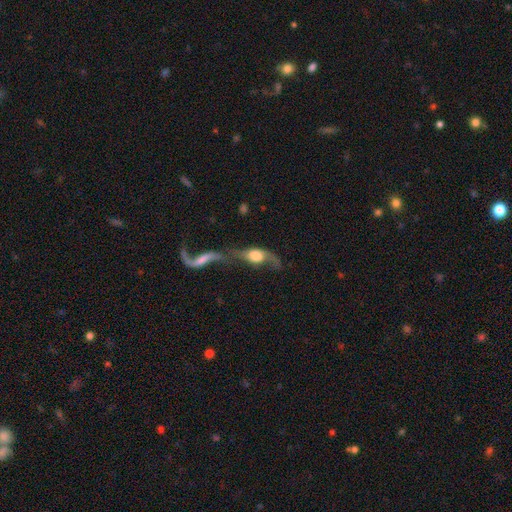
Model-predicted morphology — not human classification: A featured or disk galaxy (54%).

Vote fractions:
- Smooth or featured? featured or disk: 54% / smooth: 37% / star or artifact: 8%
- Edge-on disk? no: 77% / yes: 23%
- Merging? merger: 68% / major disturbance: 15% / none: 11% / minor disturbance: 7%